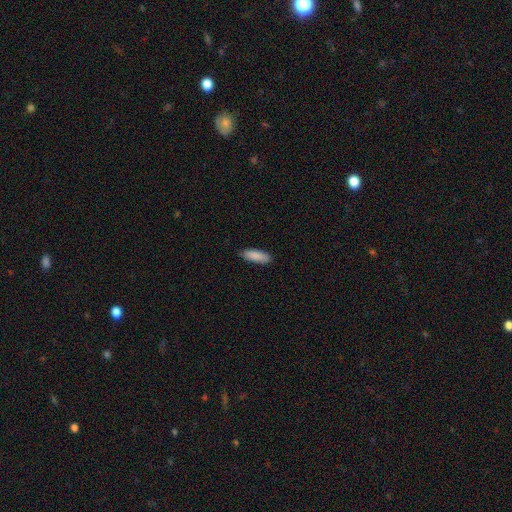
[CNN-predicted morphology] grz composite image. It shows a smooth galaxy with no disk features (89%) that is in between round and cigar-shaped (63%). Merging: none (85%).